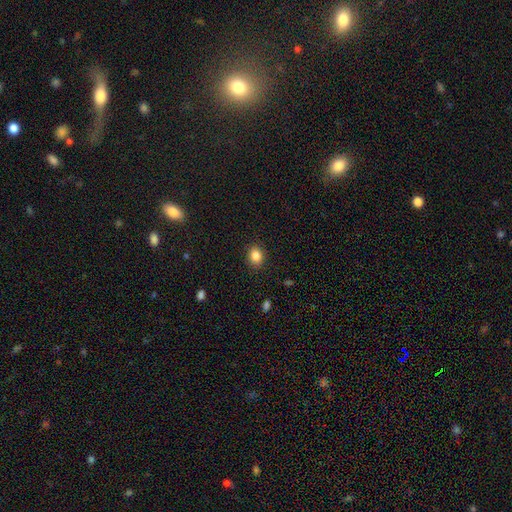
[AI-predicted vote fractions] Overall: smooth (85%). How rounded: round (56%; in between 43%). Merging: none (89%).